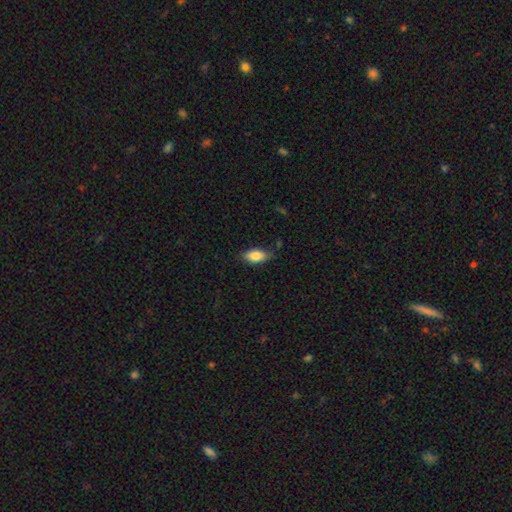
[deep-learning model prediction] Overall: smooth (83%). How rounded: in between (89%). Merging: none (73%).